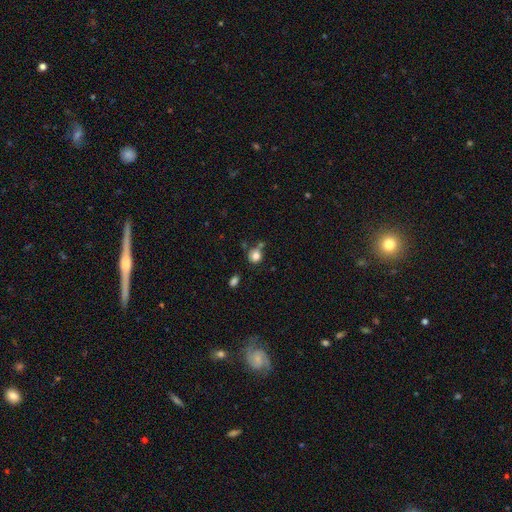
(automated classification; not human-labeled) This appears to be a smooth galaxy with no disk features (81%) that is round (77%). Merging: none (58%).